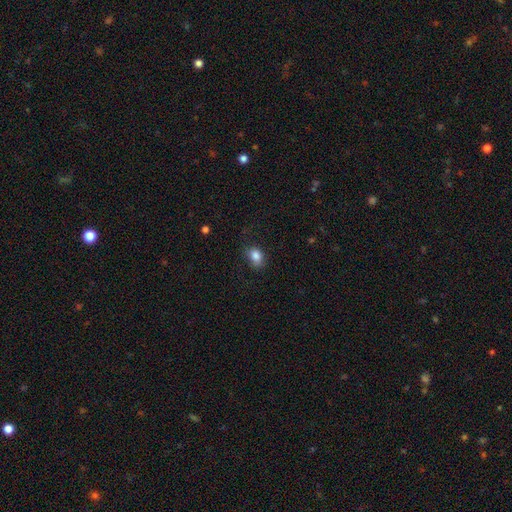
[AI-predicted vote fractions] Smooth or featured?
  - smooth: 85% *
  - star or artifact: 9%
  - featured or disk: 6%
How rounded?
  - in between: 65% *
  - round: 33%
  - cigar-shaped: 1%
Merging?
  - none: 67% *
  - minor disturbance: 23%
  - major disturbance: 9%
  - merger: 1%